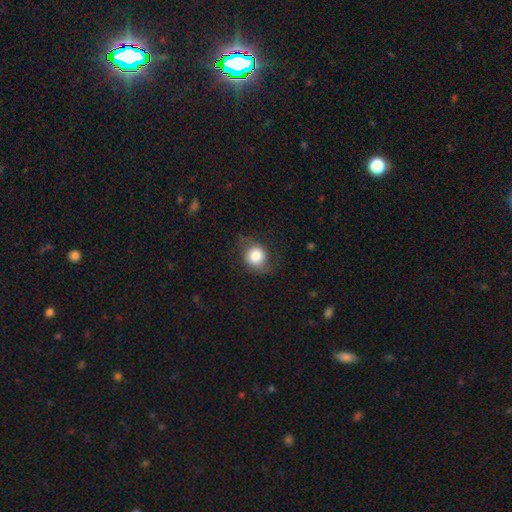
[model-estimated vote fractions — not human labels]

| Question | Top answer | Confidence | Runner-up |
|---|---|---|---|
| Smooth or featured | smooth | 81% | featured or disk (10%) |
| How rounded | round | 76% | in between (23%) |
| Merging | none | 70% | minor disturbance (21%) |